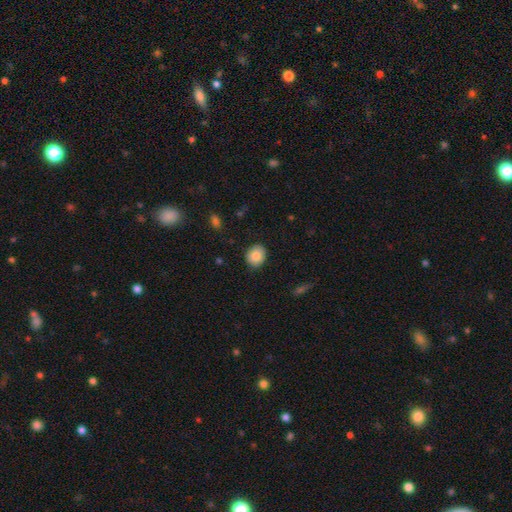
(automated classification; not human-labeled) A smooth galaxy with no disk features (84%) that is round (65%). Merging: none (88%).